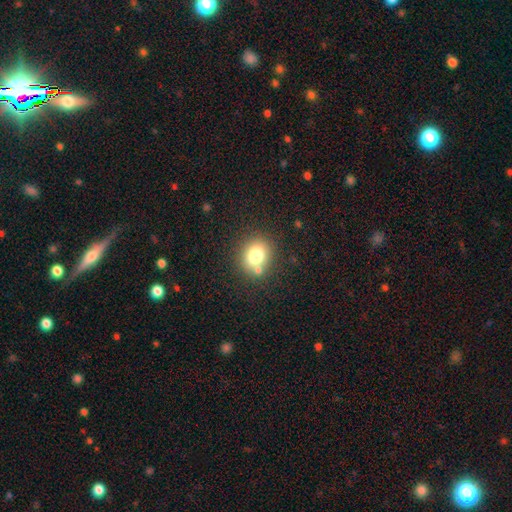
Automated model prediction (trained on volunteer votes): smooth 75%, star or artifact 13%, featured or disk 12%. Down the decision tree: how rounded — round (74%); merging — none (71%).